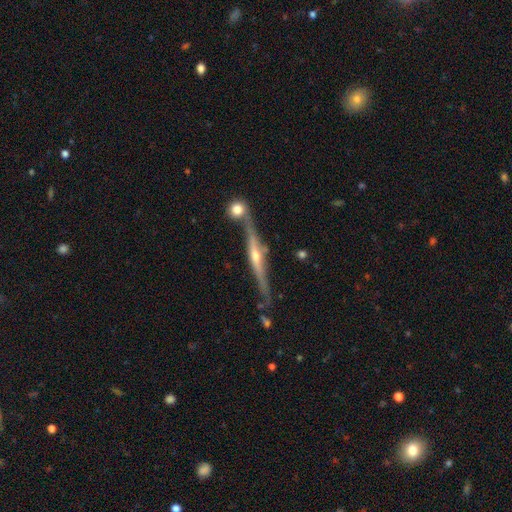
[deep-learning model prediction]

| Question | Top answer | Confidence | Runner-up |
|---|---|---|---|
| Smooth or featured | featured or disk | 83% | smooth (11%) |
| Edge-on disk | yes | 97% | no (3%) |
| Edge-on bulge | rounded | 84% | none (10%) |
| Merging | none | 70% | minor disturbance (14%) |